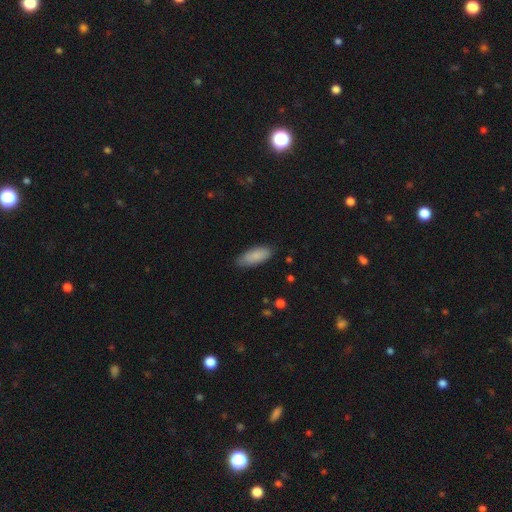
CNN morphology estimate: smooth_or_featured: smooth (p=0.84) [alt: featured or disk p=0.10]
how_rounded: in between (p=0.81) [alt: cigar-shaped p=0.17]
merging: none (p=0.80) [alt: minor disturbance p=0.16]